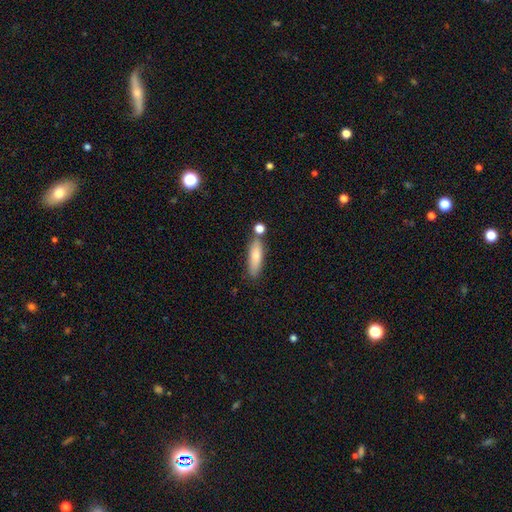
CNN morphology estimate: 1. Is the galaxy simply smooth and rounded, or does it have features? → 77% smooth, 16% featured or disk, 7% star or artifact.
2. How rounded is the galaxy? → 55% cigar-shaped, 43% in between, 3% round.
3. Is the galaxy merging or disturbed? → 68% none, 14% minor disturbance, 14% merger, 4% major disturbance.